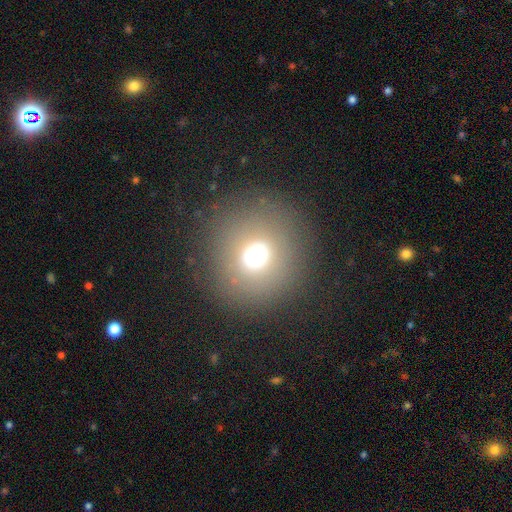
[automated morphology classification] Smooth or featured?
  - smooth: 66% *
  - star or artifact: 18%
  - featured or disk: 16%
How rounded?
  - round: 91% *
  - in between: 8%
  - cigar-shaped: 1%
Merging?
  - none: 85% *
  - minor disturbance: 8%
  - major disturbance: 5%
  - merger: 1%